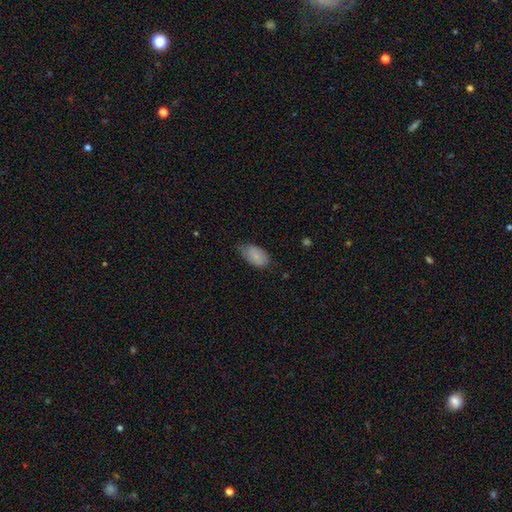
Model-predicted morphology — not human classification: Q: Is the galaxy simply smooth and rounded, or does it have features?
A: smooth — 81%.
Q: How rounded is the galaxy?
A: in between — 94%.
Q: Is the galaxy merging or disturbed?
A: none — 54%.